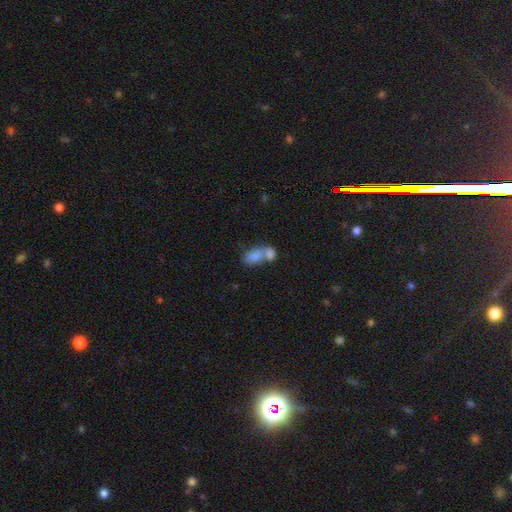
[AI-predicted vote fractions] smooth 79%, featured or disk 13%, star or artifact 8%. Down the decision tree: how rounded — in between (84%); merging — merger (69%).